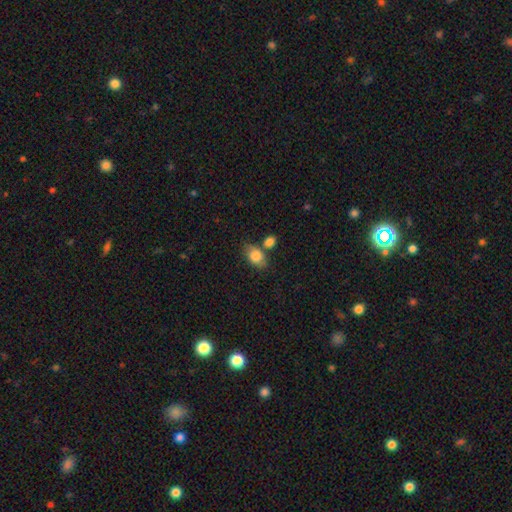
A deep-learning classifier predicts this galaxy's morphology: smooth-or-featured: smooth: 81% | featured or disk: 11% | star or artifact: 7%
  how-rounded: in between: 81% | round: 17% | cigar-shaped: 2%
  merging: none: 60% | merger: 18% | minor disturbance: 17% | major disturbance: 5%